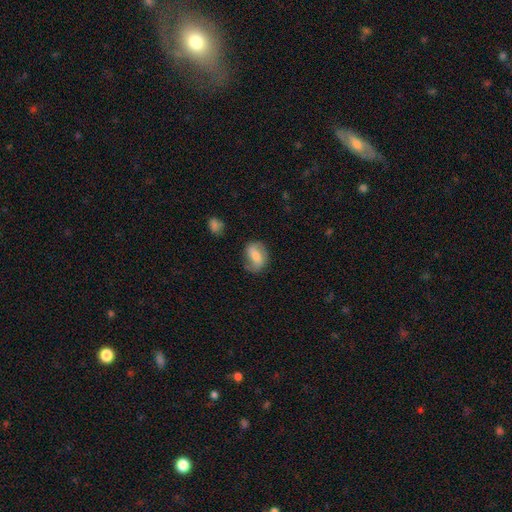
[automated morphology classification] Q: Smooth or featured?
A: smooth (54%); runner-up: featured or disk (38%)
Q: How rounded?
A: in between (68%); runner-up: round (29%)
Q: Merging?
A: none (64%); runner-up: minor disturbance (25%)